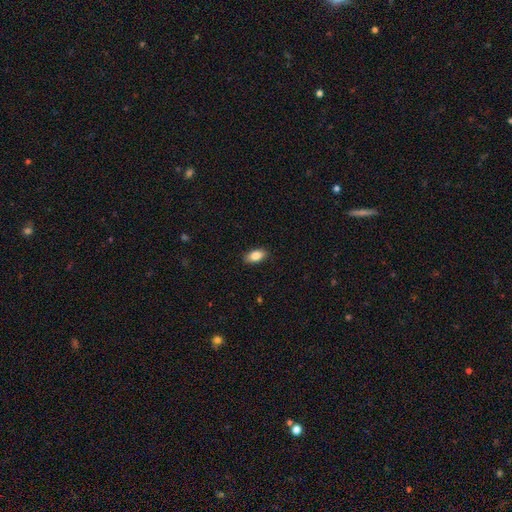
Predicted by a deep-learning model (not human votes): Smooth or featured? Predicted: smooth (p=0.86). How rounded? Predicted: in between (p=0.91). Merging? Predicted: none (p=0.89).